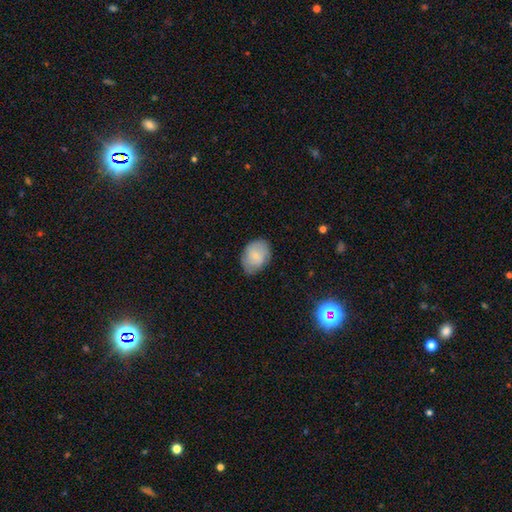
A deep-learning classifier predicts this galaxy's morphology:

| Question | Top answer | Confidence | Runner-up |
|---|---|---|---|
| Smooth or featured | smooth | 71% | featured or disk (22%) |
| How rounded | in between | 72% | round (27%) |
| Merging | none | 75% | minor disturbance (20%) |